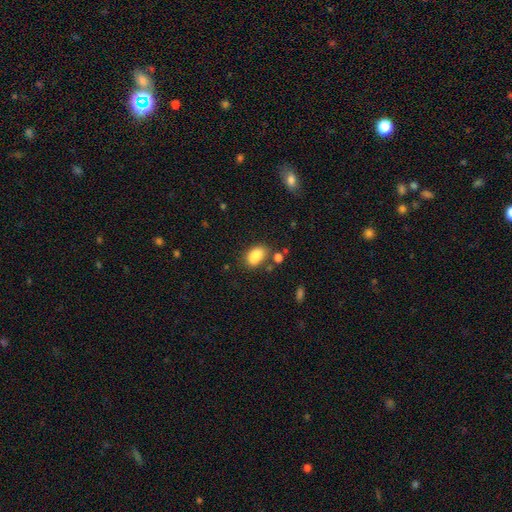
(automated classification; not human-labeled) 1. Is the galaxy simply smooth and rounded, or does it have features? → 85% smooth, 9% star or artifact, 6% featured or disk.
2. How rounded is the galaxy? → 88% in between, 10% round, 2% cigar-shaped.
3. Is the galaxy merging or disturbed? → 63% none, 19% minor disturbance, 12% merger, 6% major disturbance.